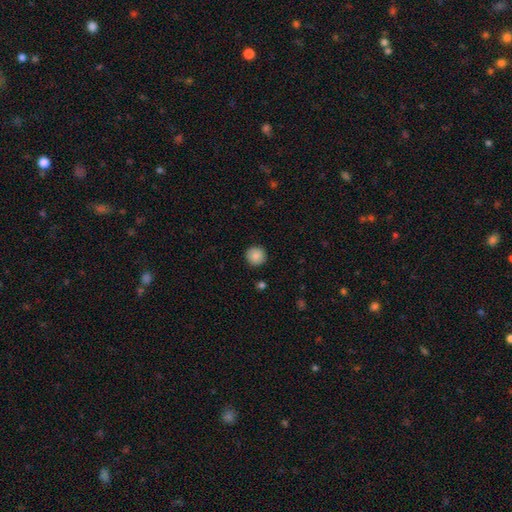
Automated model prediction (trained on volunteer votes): A smooth galaxy with no disk features (87%) that is round (95%).

Vote fractions:
- Smooth or featured? smooth: 87% / star or artifact: 8% / featured or disk: 5%
- How rounded? round: 95% / in between: 4% / cigar-shaped: 1%
- Merging? none: 91% / minor disturbance: 6% / major disturbance: 2% / merger: 1%